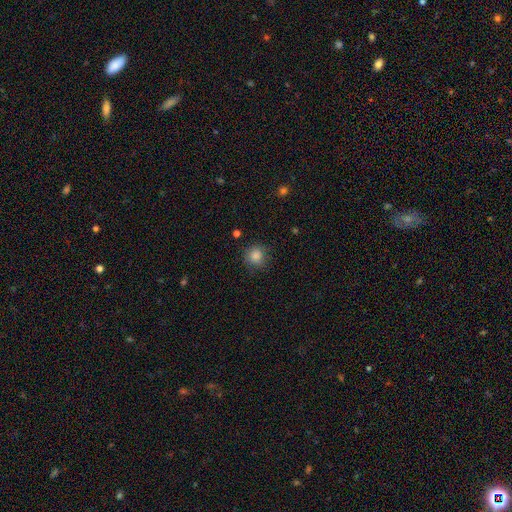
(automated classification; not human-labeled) The model was most divided on "merging": none: 84%, minor disturbance: 11%, major disturbance: 3%, merger: 1%. More confident: how rounded — round (91%); smooth or featured — smooth (85%).